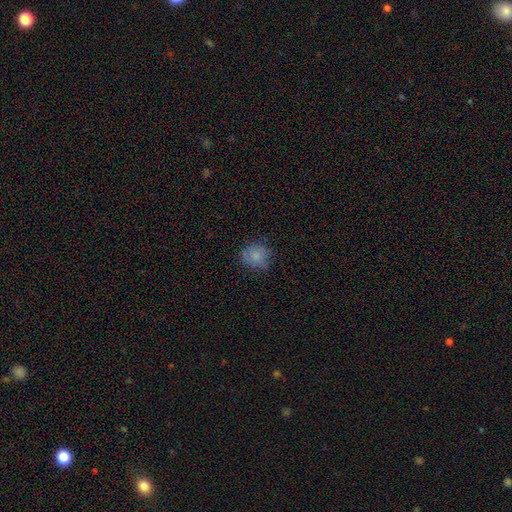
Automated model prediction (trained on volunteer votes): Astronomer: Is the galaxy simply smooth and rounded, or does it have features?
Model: smooth — 77%.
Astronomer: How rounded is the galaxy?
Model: round — 75%.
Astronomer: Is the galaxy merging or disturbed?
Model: none — 69%.